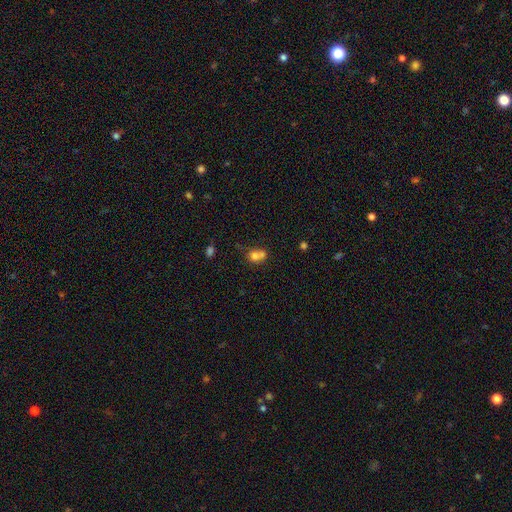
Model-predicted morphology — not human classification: Smooth or featured? Predicted: smooth (p=0.71). How rounded? Predicted: round (p=0.65). Merging? Predicted: merger (p=0.60).